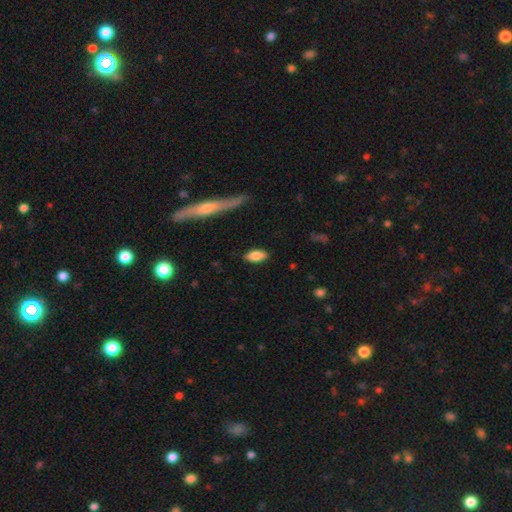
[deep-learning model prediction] A smooth galaxy with no disk features (83%) that is in between round and cigar-shaped (87%). Merging: none (86%).